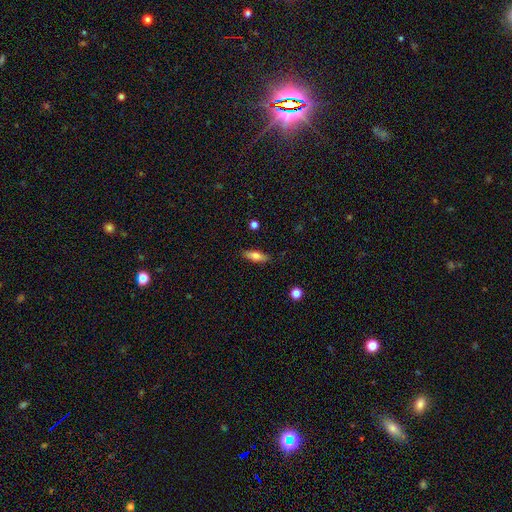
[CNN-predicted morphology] type=smooth (72%); roundness=in between (55%); merging=none (85%).